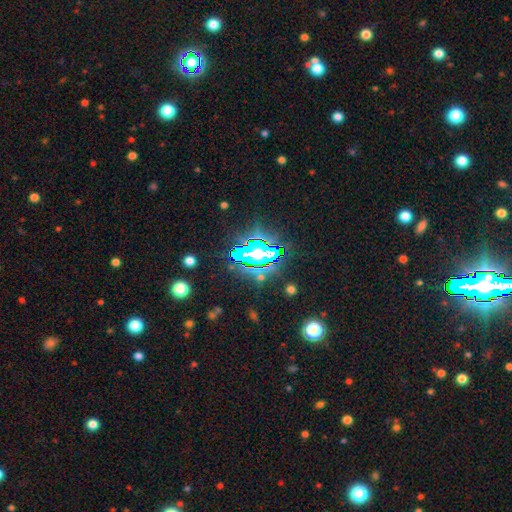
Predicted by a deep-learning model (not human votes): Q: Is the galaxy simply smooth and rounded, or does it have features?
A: star or artifact — 71%.